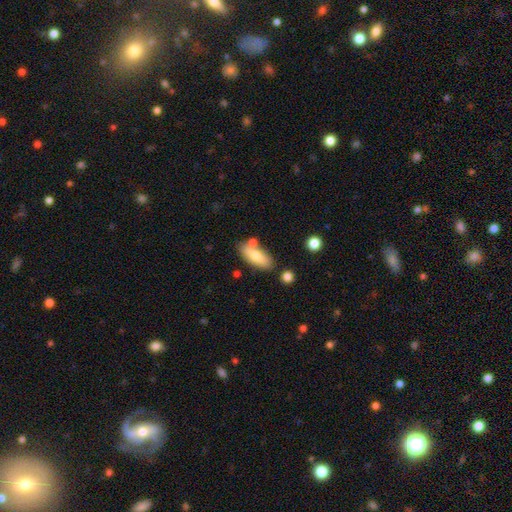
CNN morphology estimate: Smooth or featured? Predicted: smooth (p=0.71). How rounded? Predicted: in between (p=0.74). Merging? Predicted: none (p=0.73).